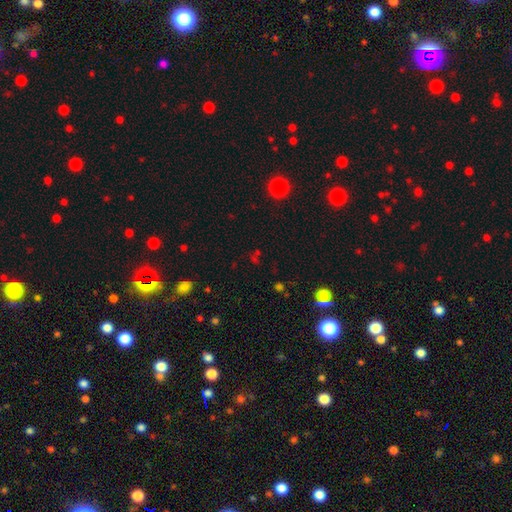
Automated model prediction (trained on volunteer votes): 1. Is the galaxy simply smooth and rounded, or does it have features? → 57% star or artifact, 33% smooth, 10% featured or disk.